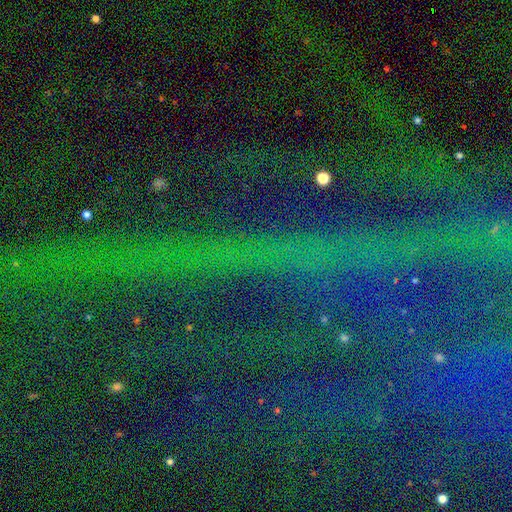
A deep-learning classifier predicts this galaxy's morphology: This appears to be a star or artifact, not a galaxy (84%).